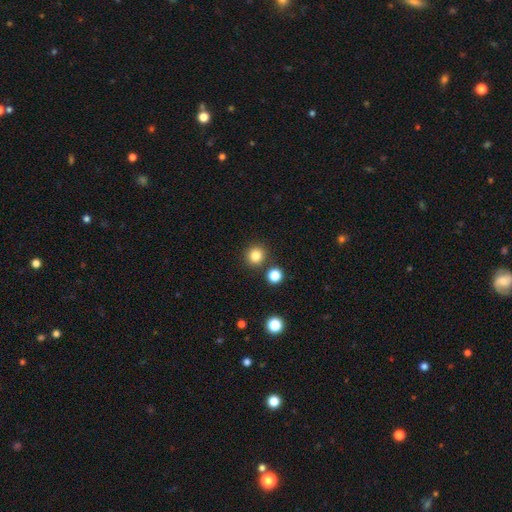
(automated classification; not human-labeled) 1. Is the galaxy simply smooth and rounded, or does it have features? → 83% smooth, 13% star or artifact, 5% featured or disk.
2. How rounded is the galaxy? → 92% round, 7% in between, 1% cigar-shaped.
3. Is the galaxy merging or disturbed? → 86% none, 6% minor disturbance, 6% merger, 2% major disturbance.